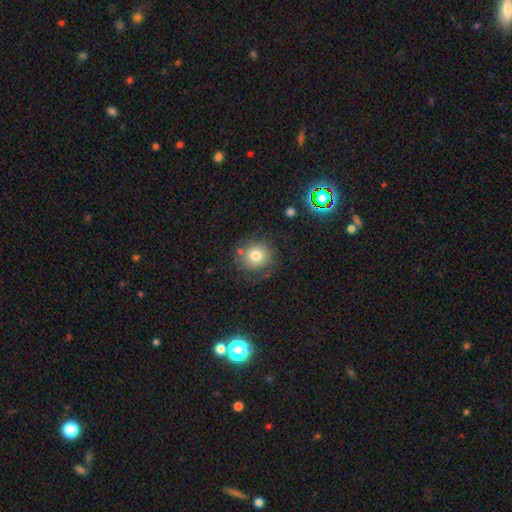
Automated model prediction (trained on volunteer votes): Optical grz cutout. It shows a smooth galaxy with no disk features (75%) that is round (89%). Merging: none (75%).